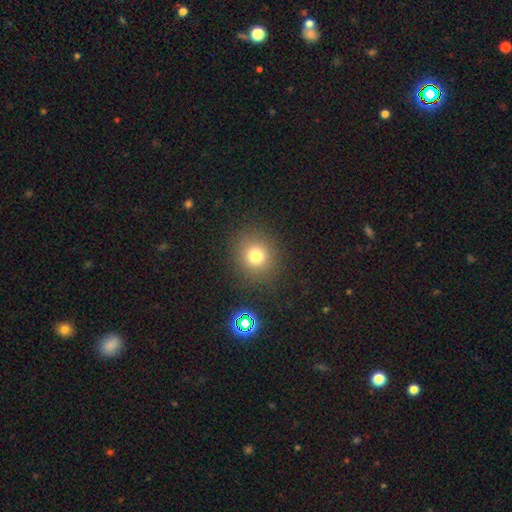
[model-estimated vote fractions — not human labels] The model was most divided on "smooth or featured": smooth: 76%, star or artifact: 16%, featured or disk: 8%. More confident: merging — none (87%); how rounded — round (86%).